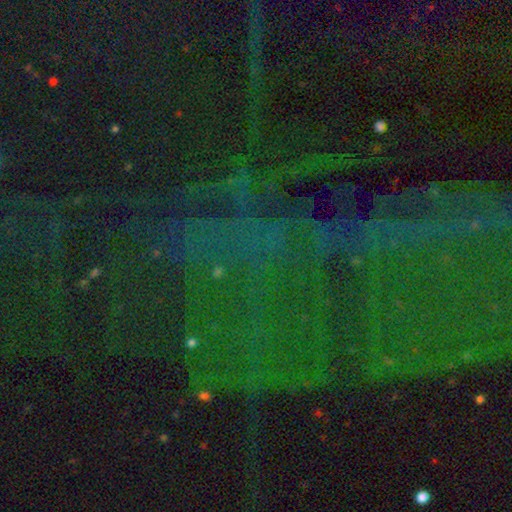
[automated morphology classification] Smooth or featured? Predicted: star or artifact (p=0.83).